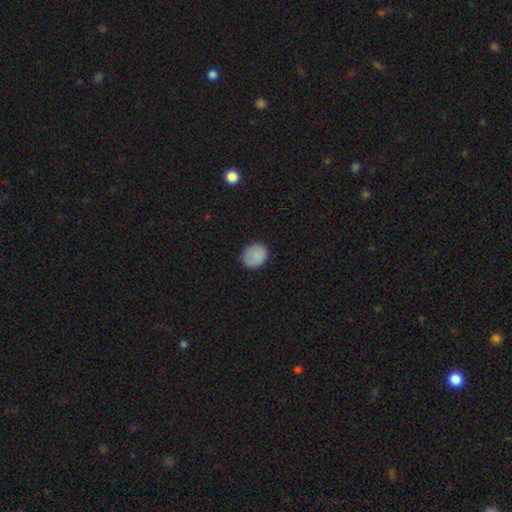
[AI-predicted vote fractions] This appears to be a smooth galaxy with no disk features (86%) that is round (62%). Merging: none (84%).